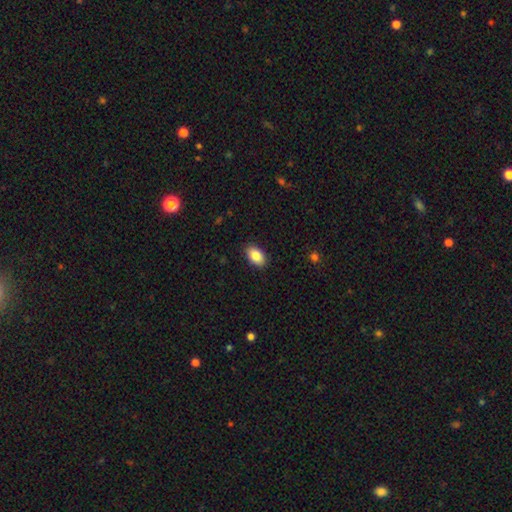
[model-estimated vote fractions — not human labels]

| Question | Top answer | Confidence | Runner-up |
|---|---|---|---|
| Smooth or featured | smooth | 86% | star or artifact (7%) |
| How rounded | in between | 92% | round (7%) |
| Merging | none | 89% | minor disturbance (8%) |